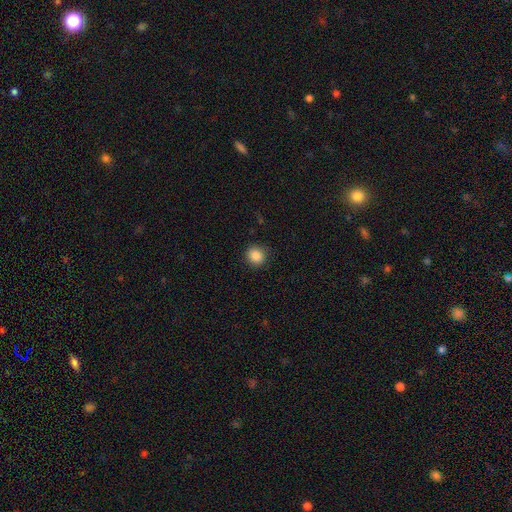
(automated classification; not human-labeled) Smooth or featured?
  - smooth: 87% *
  - star or artifact: 10%
  - featured or disk: 4%
How rounded?
  - round: 90% *
  - in between: 9%
  - cigar-shaped: 1%
Merging?
  - none: 89% *
  - minor disturbance: 8%
  - major disturbance: 2%
  - merger: 1%